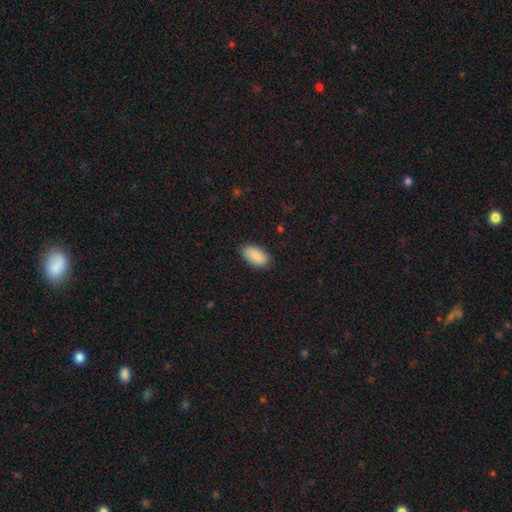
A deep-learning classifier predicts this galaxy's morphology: smooth_or_featured: smooth (p=0.89) [alt: star or artifact p=0.06]
how_rounded: in between (p=0.95) [alt: round p=0.03]
merging: none (p=0.85) [alt: minor disturbance p=0.11]